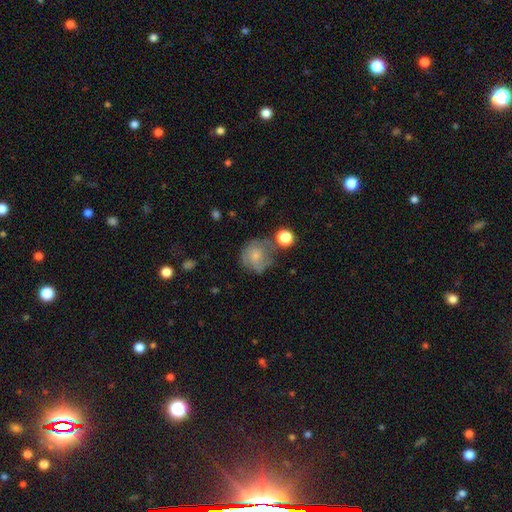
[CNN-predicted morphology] The model was most divided on "merging": none: 45%, minor disturbance: 26%, major disturbance: 17%, merger: 12%. More confident: how rounded — round (84%); smooth or featured — smooth (60%).